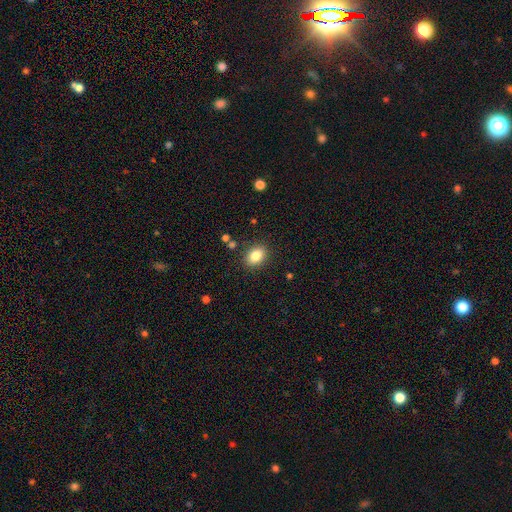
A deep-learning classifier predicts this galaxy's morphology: smooth 83%, star or artifact 9%, featured or disk 7%. Down the decision tree: how rounded — in between (70%); merging — none (87%).